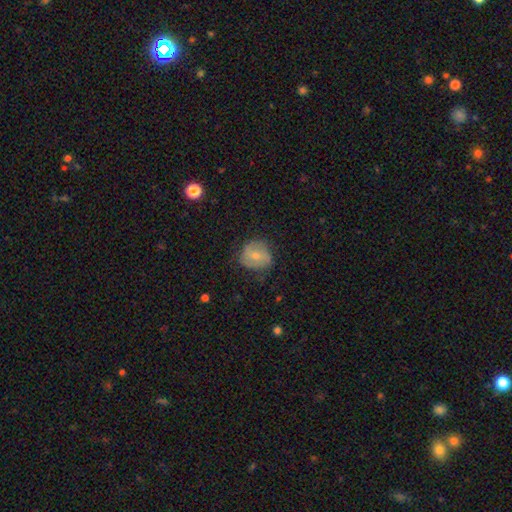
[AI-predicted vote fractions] The model was most divided on "smooth or featured": smooth: 54%, featured or disk: 38%, star or artifact: 7%. More confident: how rounded — round (76%); merging — none (66%).